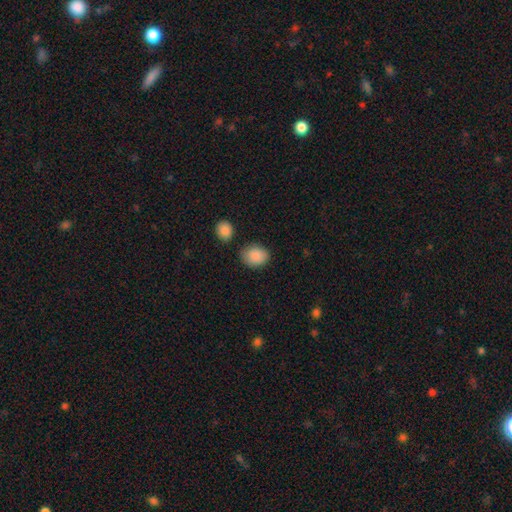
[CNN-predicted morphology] smooth_or_featured: smooth (p=0.89) [alt: star or artifact p=0.07]
how_rounded: in between (p=0.65) [alt: round p=0.34]
merging: none (p=0.76) [alt: minor disturbance p=0.15]